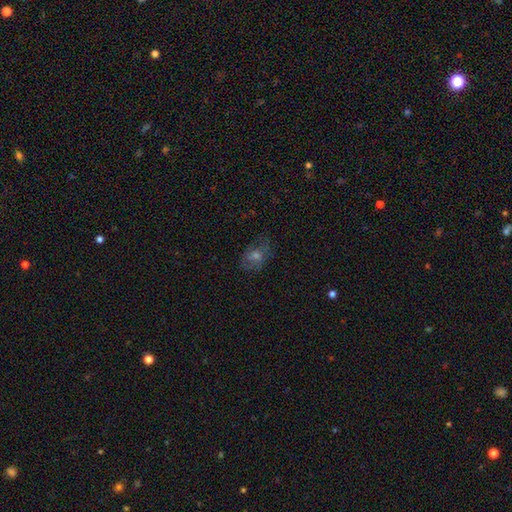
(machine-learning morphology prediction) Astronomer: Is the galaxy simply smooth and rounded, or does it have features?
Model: smooth — 39% (runner-up: featured or disk, 38%).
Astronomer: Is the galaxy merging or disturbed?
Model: none — 65%.